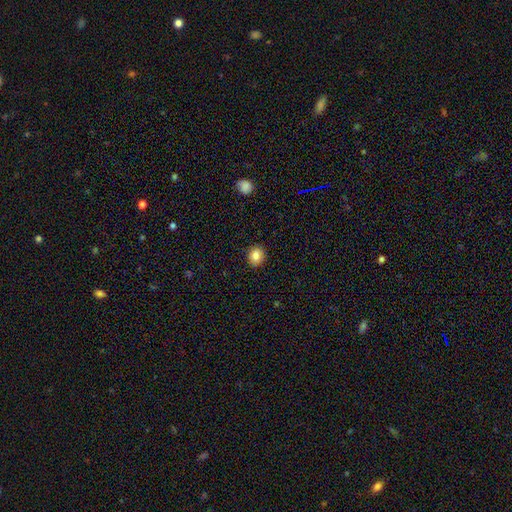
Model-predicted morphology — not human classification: A smooth galaxy with no disk features (84%) that is round (79%).

Vote fractions:
- Smooth or featured? smooth: 84% / star or artifact: 10% / featured or disk: 6%
- How rounded? round: 79% / in between: 20% / cigar-shaped: 1%
- Merging? none: 91% / minor disturbance: 6% / major disturbance: 2% / merger: 1%